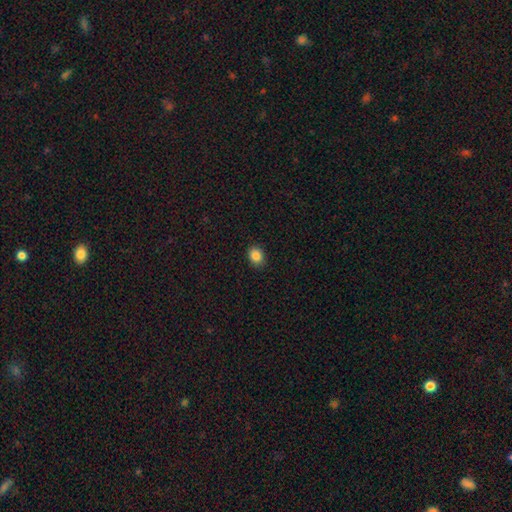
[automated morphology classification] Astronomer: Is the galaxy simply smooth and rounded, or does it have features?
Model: smooth — 86%.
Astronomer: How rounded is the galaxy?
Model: in between — 54% (runner-up: round, 45%).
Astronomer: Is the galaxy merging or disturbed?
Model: none — 88%.